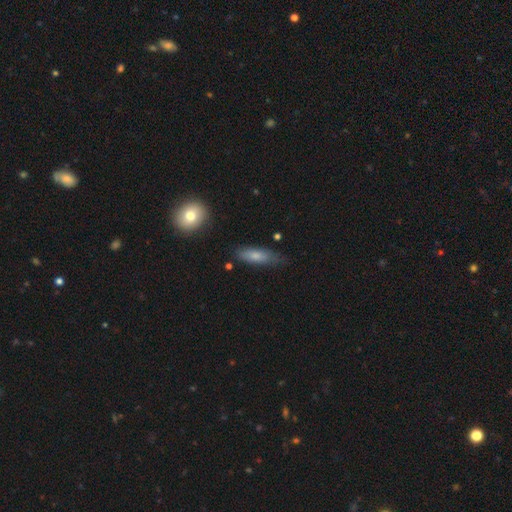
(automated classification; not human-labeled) Smooth or featured?
  - smooth: 76% *
  - featured or disk: 17%
  - star or artifact: 7%
How rounded?
  - in between: 57% *
  - cigar-shaped: 41%
  - round: 3%
Merging?
  - none: 63% *
  - minor disturbance: 28%
  - major disturbance: 6%
  - merger: 3%